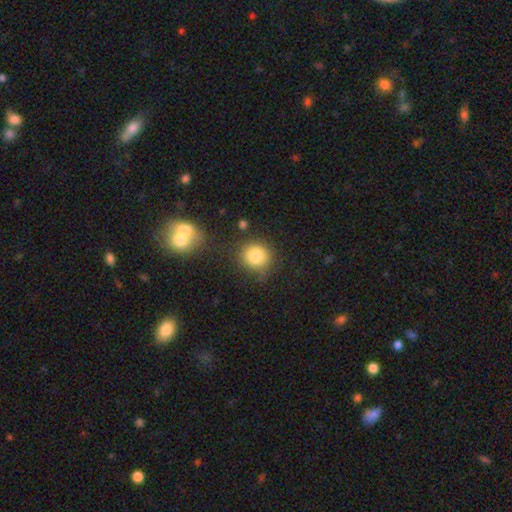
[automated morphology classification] Smooth or featured? smooth (83%)
How rounded? round (88%)
Merging? none (77%)